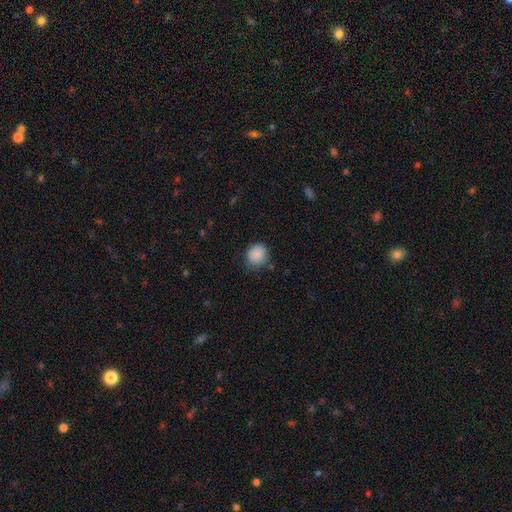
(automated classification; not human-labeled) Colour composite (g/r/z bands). It shows a smooth galaxy with no disk features (88%) that is round (77%). Merging: none (71%).